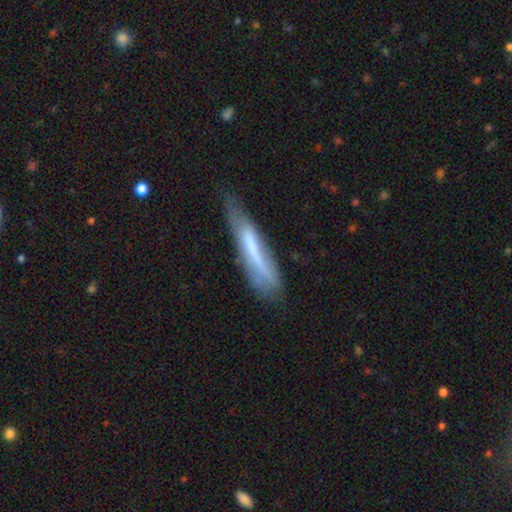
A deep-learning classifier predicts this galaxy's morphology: type=smooth (48%); merging=none (55%).